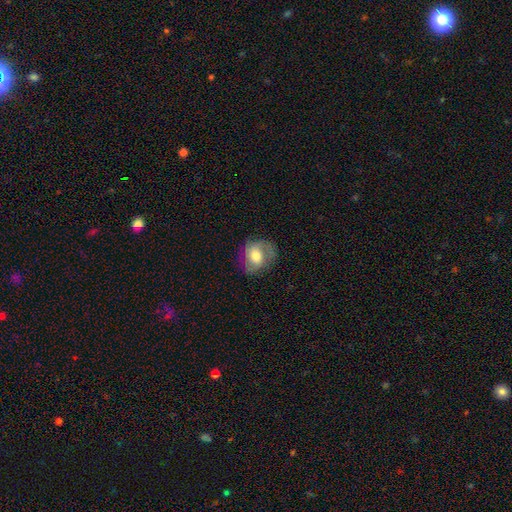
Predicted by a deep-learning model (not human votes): The model was most divided on "smooth or featured": featured or disk: 48%, smooth: 44%, star or artifact: 8%. More confident: merging — none (69%).